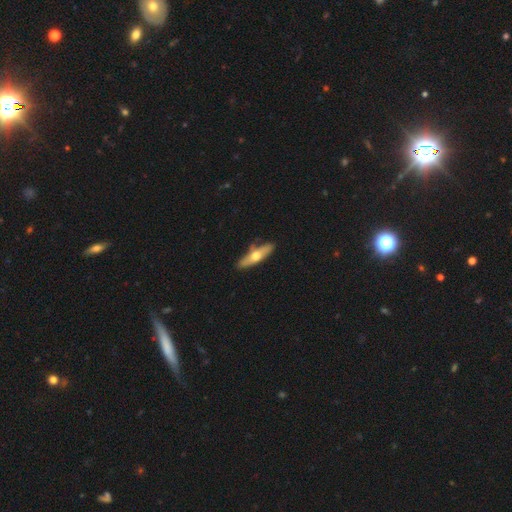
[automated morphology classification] Smooth or featured? Predicted: featured or disk (p=0.48). Merging? Predicted: none (p=0.75).